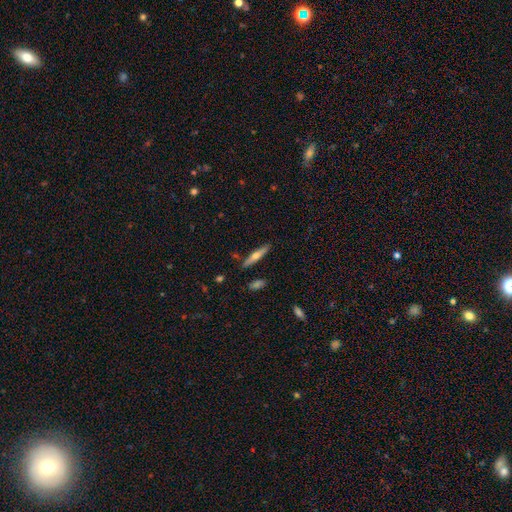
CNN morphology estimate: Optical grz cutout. It shows a featured or disk galaxy (48%). Merging: none (87%).